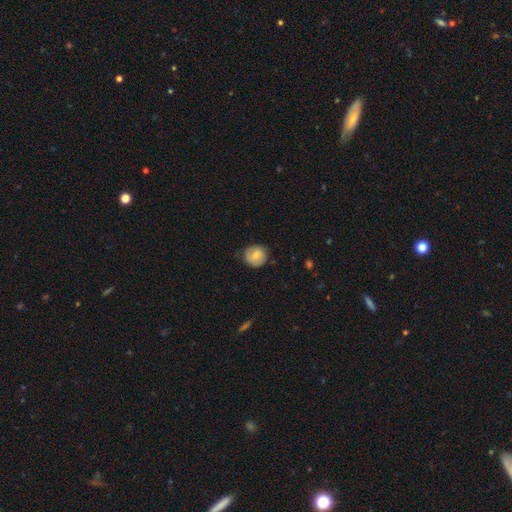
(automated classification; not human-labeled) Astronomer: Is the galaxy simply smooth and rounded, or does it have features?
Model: smooth — 68%.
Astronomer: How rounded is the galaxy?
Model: round — 87%.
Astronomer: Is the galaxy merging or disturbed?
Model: none — 74%.